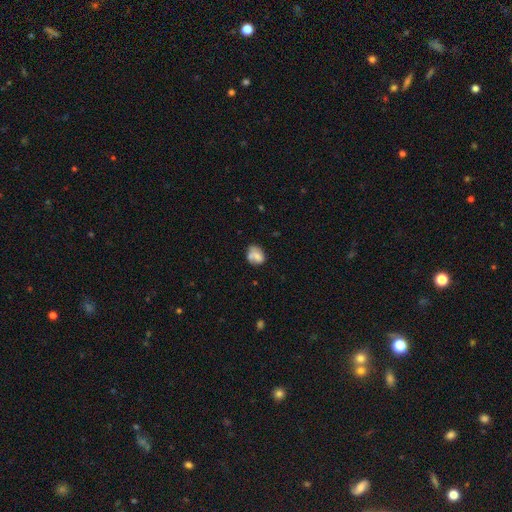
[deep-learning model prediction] The model was most divided on "how rounded": in between: 54%, round: 44%, cigar-shaped: 1%. Remaining: smooth or featured — smooth (62%); merging — none (47%).